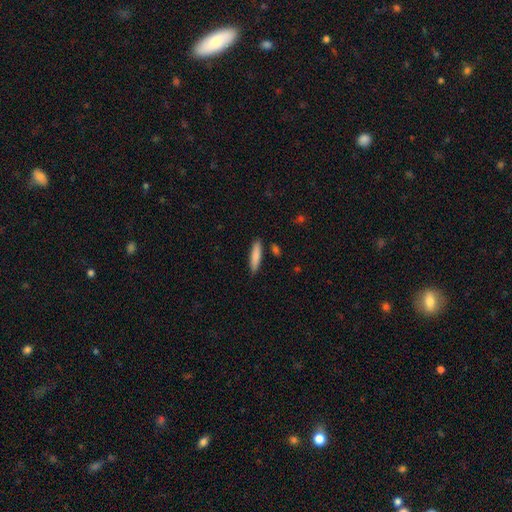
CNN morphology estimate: The model was most divided on "how rounded": cigar-shaped: 79%, in between: 20%, round: 1%. More confident: merging — none (86%); smooth or featured — smooth (84%).